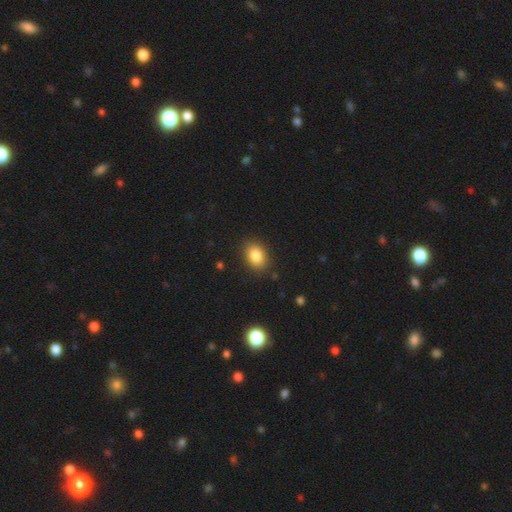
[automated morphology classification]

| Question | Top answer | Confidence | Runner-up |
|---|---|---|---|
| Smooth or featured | smooth | 85% | star or artifact (9%) |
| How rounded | in between | 70% | round (29%) |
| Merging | none | 87% | minor disturbance (9%) |